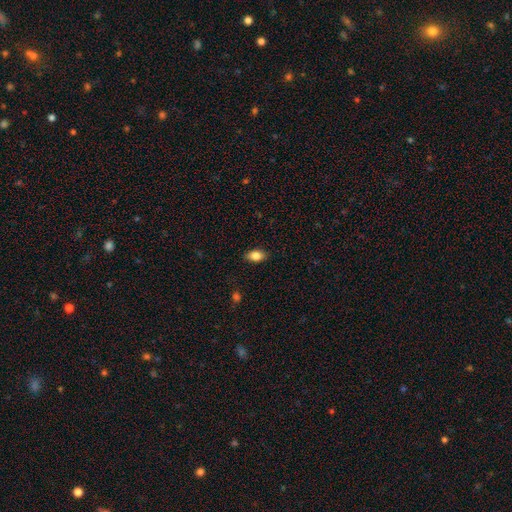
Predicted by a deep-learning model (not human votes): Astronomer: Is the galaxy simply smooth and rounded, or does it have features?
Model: smooth — 84%.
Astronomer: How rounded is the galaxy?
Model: in between — 89%.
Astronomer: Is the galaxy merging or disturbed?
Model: none — 88%.